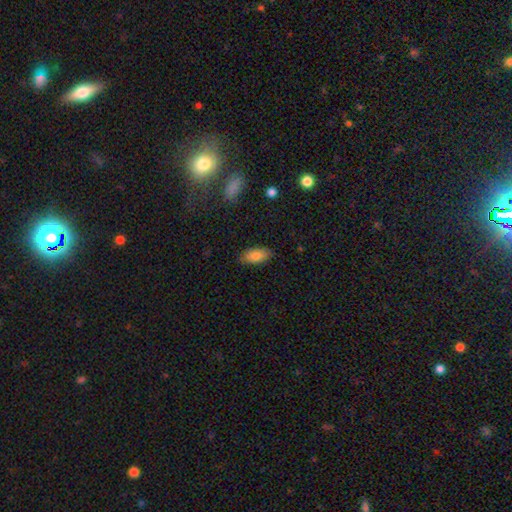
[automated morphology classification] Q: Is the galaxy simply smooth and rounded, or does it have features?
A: smooth — 83%.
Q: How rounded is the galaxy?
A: in between — 91%.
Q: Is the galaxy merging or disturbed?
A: none — 86%.